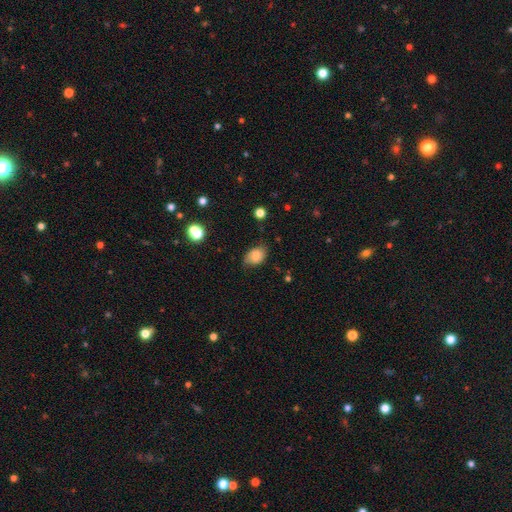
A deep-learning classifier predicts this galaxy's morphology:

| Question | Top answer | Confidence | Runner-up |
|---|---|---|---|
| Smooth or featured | smooth | 79% | featured or disk (12%) |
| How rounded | in between | 82% | round (17%) |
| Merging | none | 67% | minor disturbance (26%) |